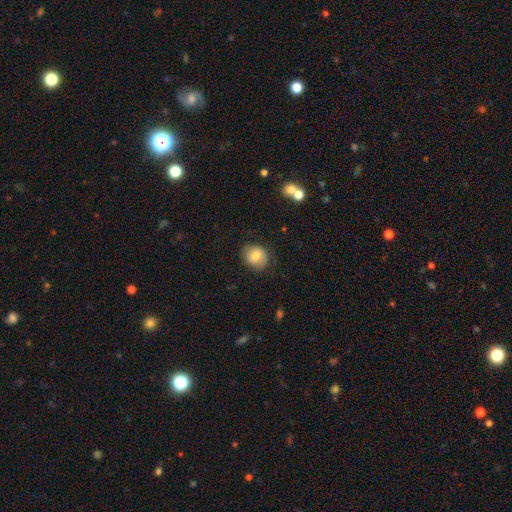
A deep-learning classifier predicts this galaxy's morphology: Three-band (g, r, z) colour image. It shows a smooth galaxy with no disk features (77%) that is round (70%). Merging: none (79%).